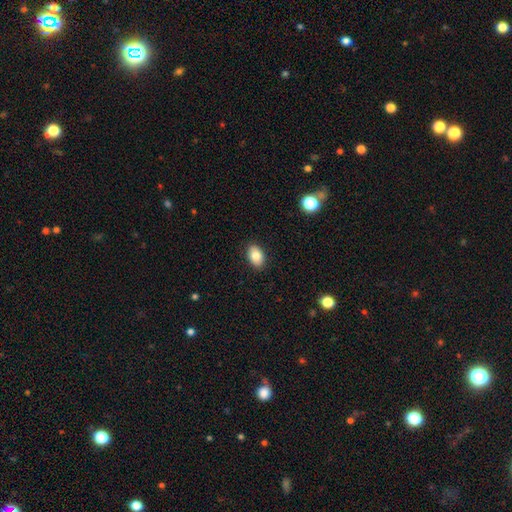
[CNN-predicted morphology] Smooth or featured: smooth — 82% (featured or disk — 10%)
How rounded: in between — 86% (round — 13%)
Merging: none — 89% (minor disturbance — 8%)